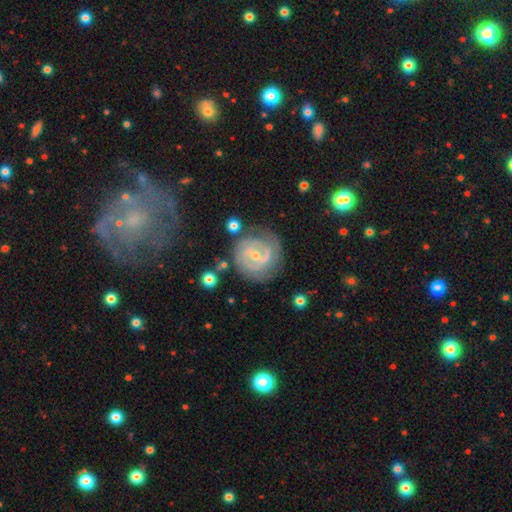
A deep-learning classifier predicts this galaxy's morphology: A featured or disk galaxy (84%) with a weak bar (44%), 2 (56%) tight (68%) spiral arms (94%) and a small central bulge (64%).

Vote fractions:
- Smooth or featured? featured or disk: 84% / smooth: 10% / star or artifact: 6%
- Edge-on disk? no: 97% / yes: 3%
- Bar? weak: 44% / no: 39% / strong: 17%
- Spiral arms? yes: 94% / no: 6%
- Spiral winding? tight: 68% / medium: 26% / loose: 6%
- Spiral arm count? 2: 56% / can't tell: 21% / 3: 12% / 1: 4% / 4: 4% / more than 4: 3%
- Bulge size? small: 64% / moderate: 33% / none: 1% / large: 1% / dominant: 1%
- Merging? none: 72% / minor disturbance: 17% / major disturbance: 8% / merger: 4%